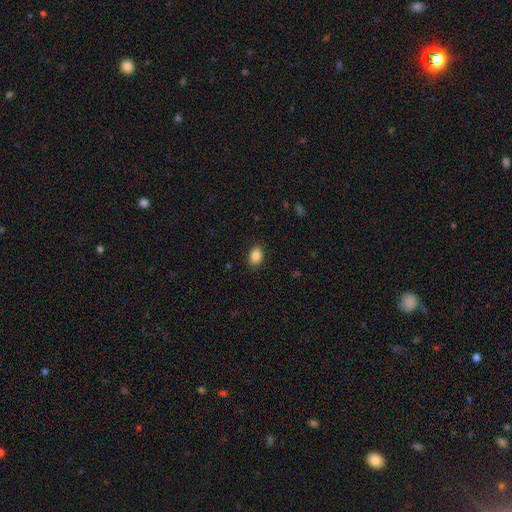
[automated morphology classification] This appears to be a smooth galaxy with no disk features (86%) that is in between round and cigar-shaped (81%). Merging: none (88%).